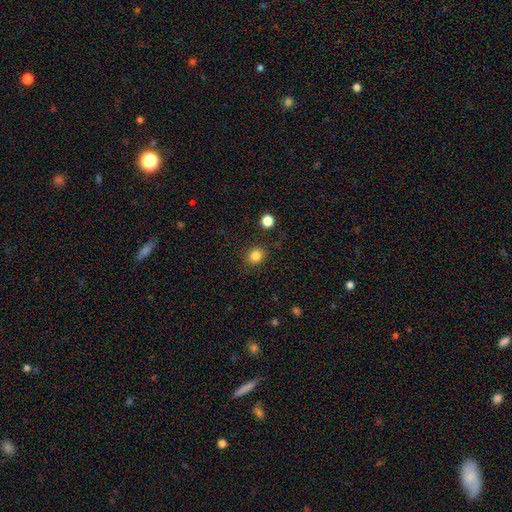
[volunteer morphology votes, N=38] A smooth galaxy with no disk features (92%) that is round (77%).

Vote fractions:
- Smooth or featured? smooth: 92% / featured or disk: 8% / star or artifact: 0%
- How rounded? round: 77% / in between: 23% / cigar-shaped: 0%
- Merging? none: 79% / minor disturbance: 13% / major disturbance: 8% / merger: 0%